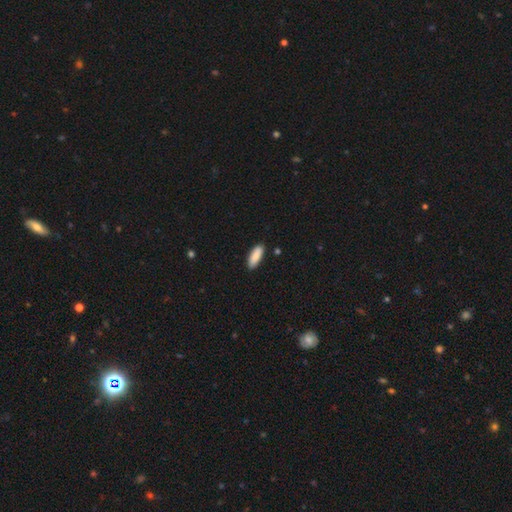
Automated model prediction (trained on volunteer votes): smooth_or_featured: smooth (p=0.89) [alt: star or artifact p=0.06]
how_rounded: in between (p=0.66) [alt: cigar-shaped p=0.33]
merging: none (p=0.87) [alt: minor disturbance p=0.09]